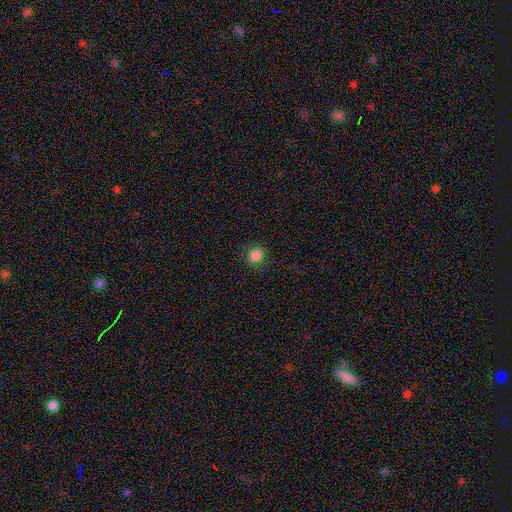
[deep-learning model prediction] Smooth or featured?
  - smooth: 84% *
  - star or artifact: 11%
  - featured or disk: 5%
How rounded?
  - round: 77% *
  - in between: 23%
  - cigar-shaped: 1%
Merging?
  - none: 82% *
  - minor disturbance: 12%
  - major disturbance: 5%
  - merger: 1%